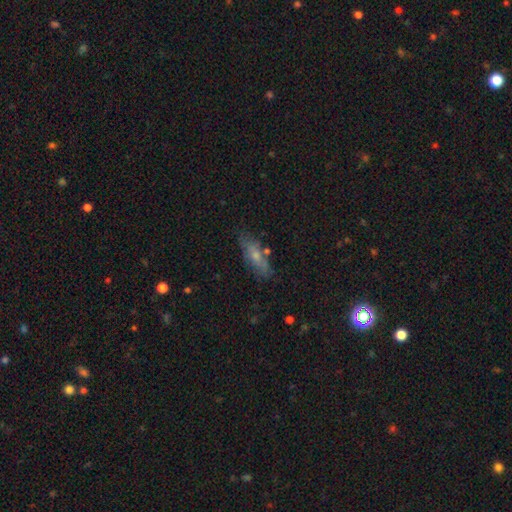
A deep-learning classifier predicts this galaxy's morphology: Smooth or featured? Predicted: smooth (p=0.53). How rounded? Predicted: in between (p=0.53). Merging? Predicted: none (p=0.72).